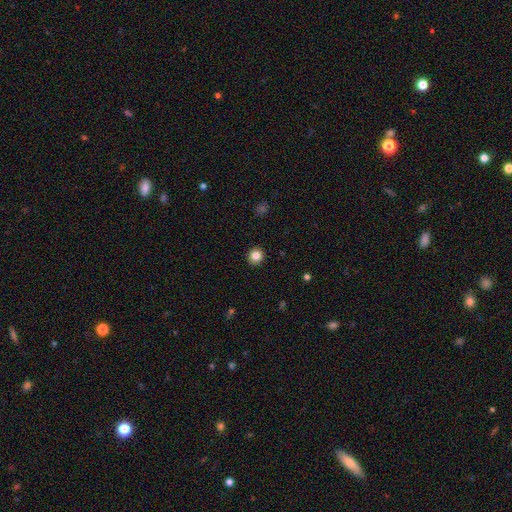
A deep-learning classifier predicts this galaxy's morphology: The model was most divided on "smooth or featured": smooth: 84%, star or artifact: 11%, featured or disk: 5%. More confident: merging — none (93%); how rounded — round (93%).